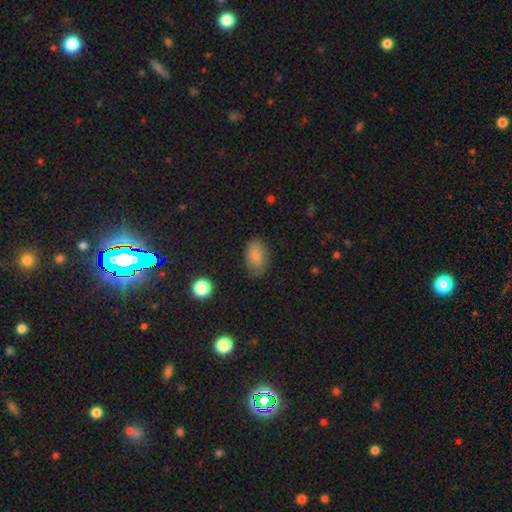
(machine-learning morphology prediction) The model was most divided on "merging": none: 70%, minor disturbance: 22%, major disturbance: 6%, merger: 1%. More confident: how rounded — in between (88%); smooth or featured — smooth (77%).